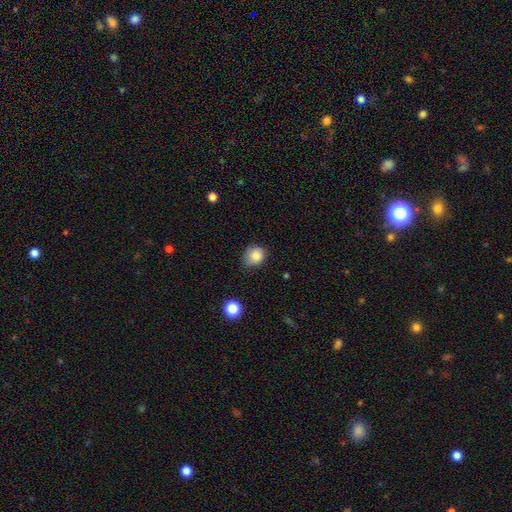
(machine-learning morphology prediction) Smooth or featured?
  - smooth: 84% *
  - star or artifact: 10%
  - featured or disk: 6%
How rounded?
  - round: 70% *
  - in between: 29%
  - cigar-shaped: 1%
Merging?
  - none: 60% *
  - minor disturbance: 32%
  - major disturbance: 6%
  - merger: 2%